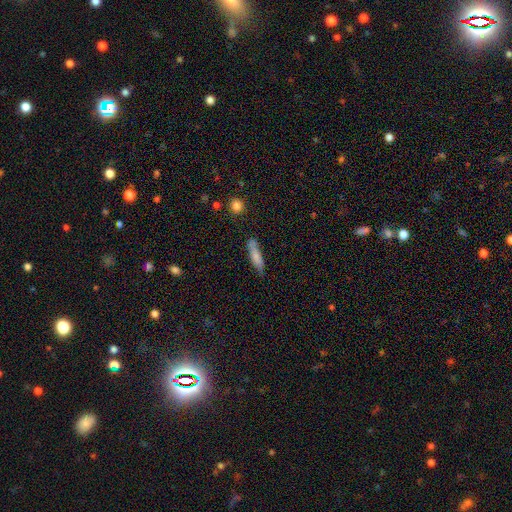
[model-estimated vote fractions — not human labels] Overall: smooth (74%). How rounded: cigar-shaped (74%). Merging: none (68%).